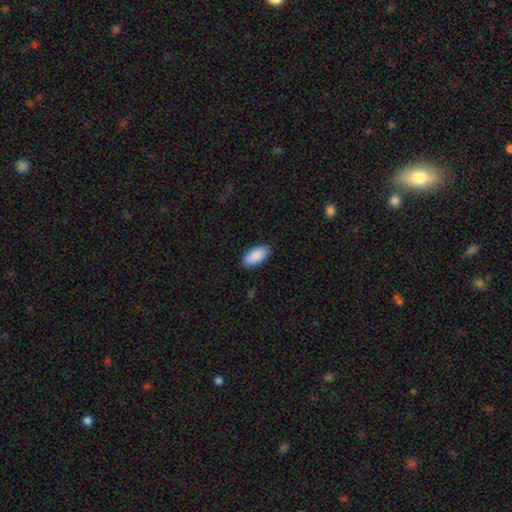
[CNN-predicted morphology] Q: Smooth or featured?
A: smooth (90%); runner-up: star or artifact (6%)
Q: How rounded?
A: in between (93%); runner-up: cigar-shaped (5%)
Q: Merging?
A: none (86%); runner-up: minor disturbance (11%)